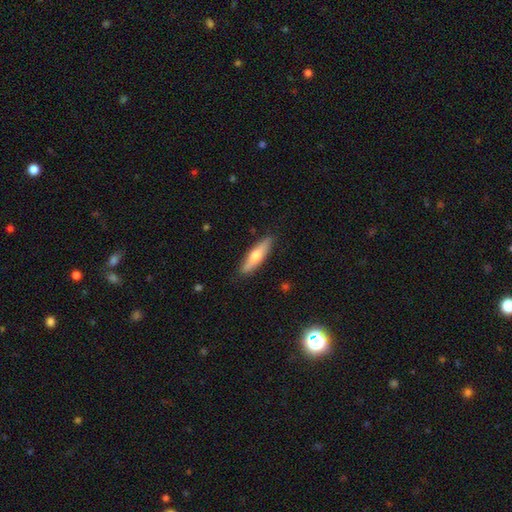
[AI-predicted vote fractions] Morphology: type=smooth (60%); roundness=cigar-shaped (70%); merging=none (86%).